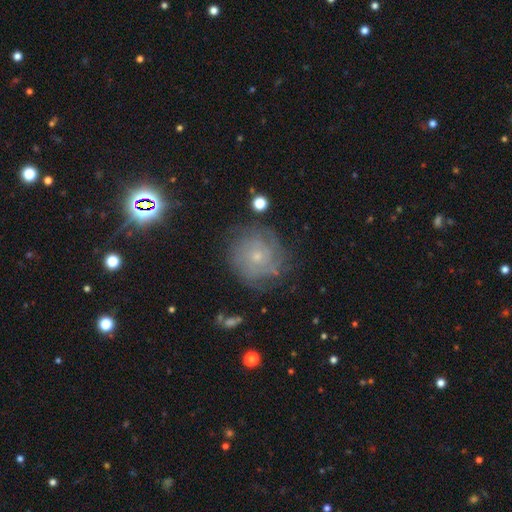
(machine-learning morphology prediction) featured or disk 59%, smooth 24%, star or artifact 16%. Down the decision tree: edge-on disk — no (97%); bar — no (84%); spiral arms — yes (84%); bulge size — small (77%); merging — none (75%).